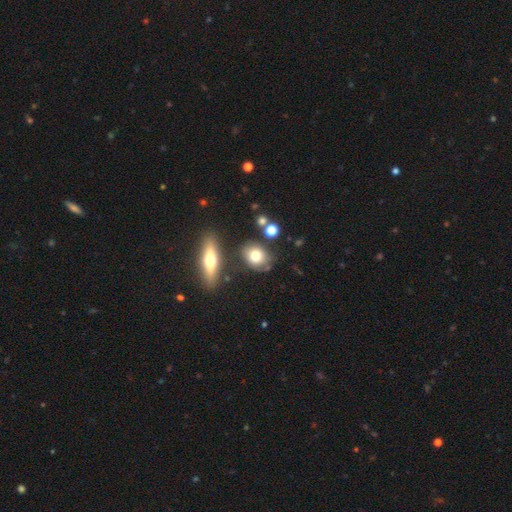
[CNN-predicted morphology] This is likely a smooth galaxy (74%). How rounded: possibly round (48%, tied with in between). Merging: likely none (69%).